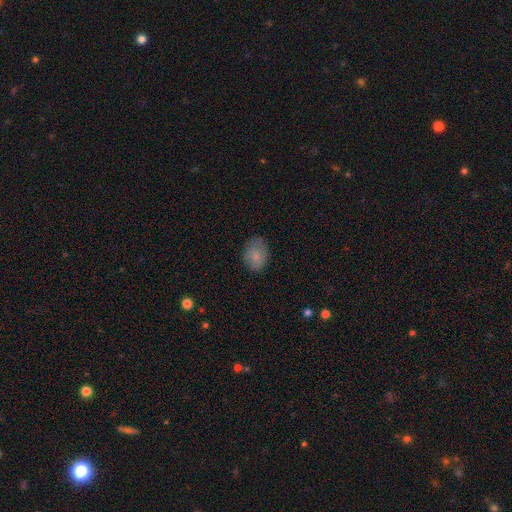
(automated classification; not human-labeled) Q: Smooth or featured?
A: smooth (82%); runner-up: featured or disk (10%)
Q: How rounded?
A: in between (63%); runner-up: round (36%)
Q: Merging?
A: none (75%); runner-up: minor disturbance (20%)